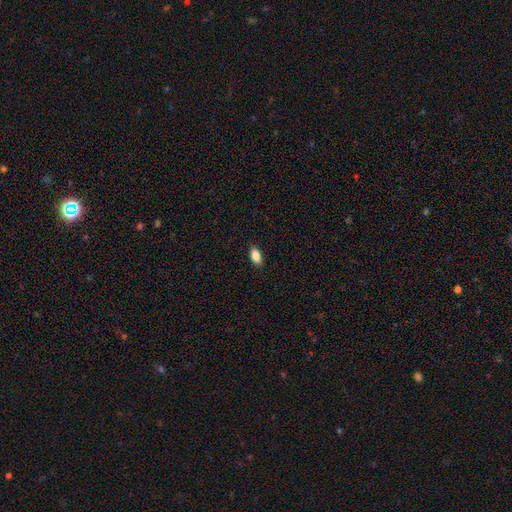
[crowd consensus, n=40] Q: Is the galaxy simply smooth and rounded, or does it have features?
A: smooth — 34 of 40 (85%).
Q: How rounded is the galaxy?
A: in between — 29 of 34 (85%).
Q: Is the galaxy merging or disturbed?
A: none — 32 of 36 (89%).